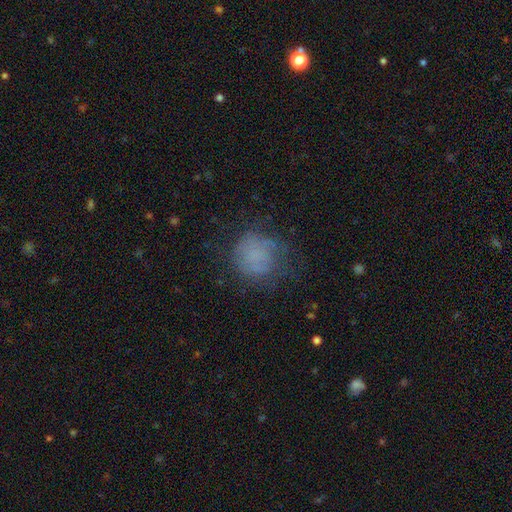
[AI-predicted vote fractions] A smooth galaxy with no disk features (59%) that is round (80%).

Vote fractions:
- Smooth or featured? smooth: 59% / featured or disk: 26% / star or artifact: 15%
- How rounded? round: 80% / in between: 19% / cigar-shaped: 1%
- Merging? none: 57% / minor disturbance: 22% / major disturbance: 19% / merger: 2%